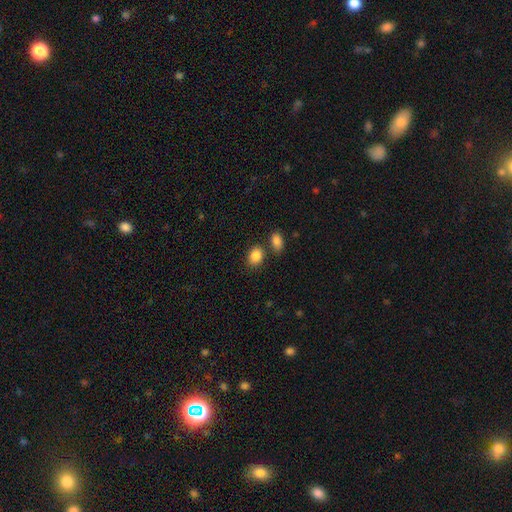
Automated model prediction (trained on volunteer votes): The model was most divided on "how rounded": in between: 65%, round: 34%, cigar-shaped: 1%. More confident: smooth or featured — smooth (87%); merging — none (71%).